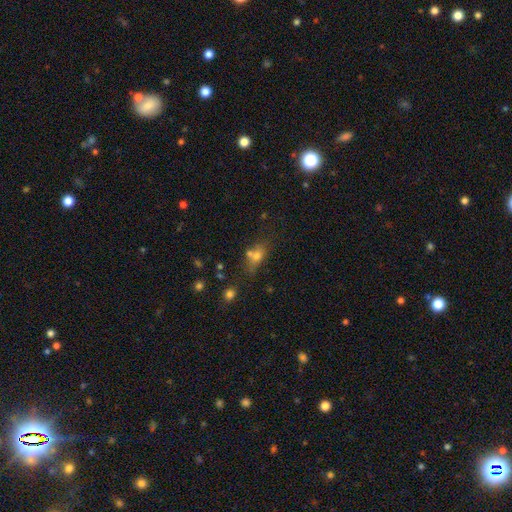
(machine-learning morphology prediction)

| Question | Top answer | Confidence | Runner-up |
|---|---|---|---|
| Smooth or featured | smooth | 60% | featured or disk (20%) |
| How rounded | in between | 59% | round (33%) |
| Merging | none | 45% | merger (32%) |